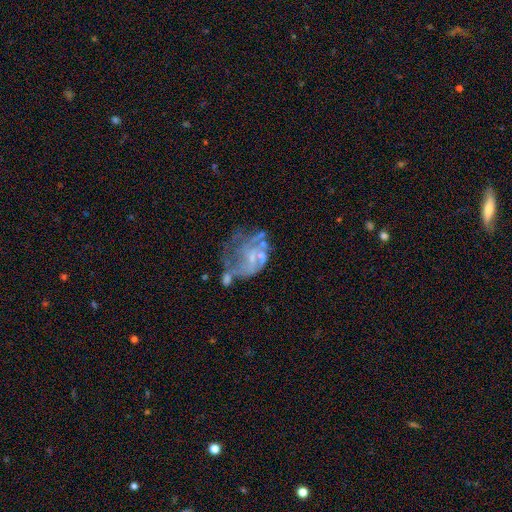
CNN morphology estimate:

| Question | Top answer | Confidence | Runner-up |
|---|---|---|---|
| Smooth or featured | featured or disk | 70% | smooth (17%) |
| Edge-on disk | no | 98% | yes (2%) |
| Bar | no | 68% | weak (26%) |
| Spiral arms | yes | 51% | no (49%) |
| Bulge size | small | 46% | none (33%) |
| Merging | major disturbance | 39% | none (26%) |